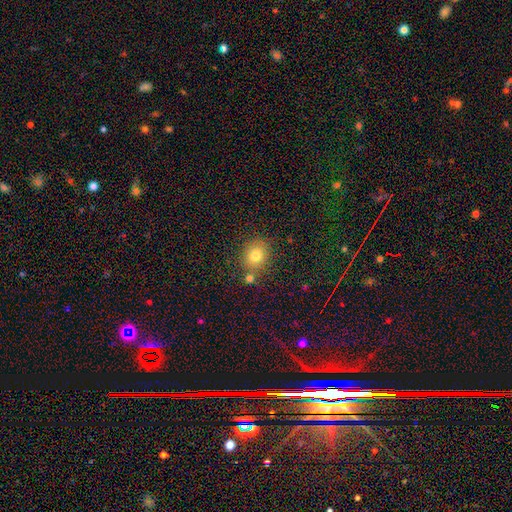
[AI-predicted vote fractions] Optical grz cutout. It shows a smooth galaxy with no disk features (77%) that is round (70%). Merging: none (75%).